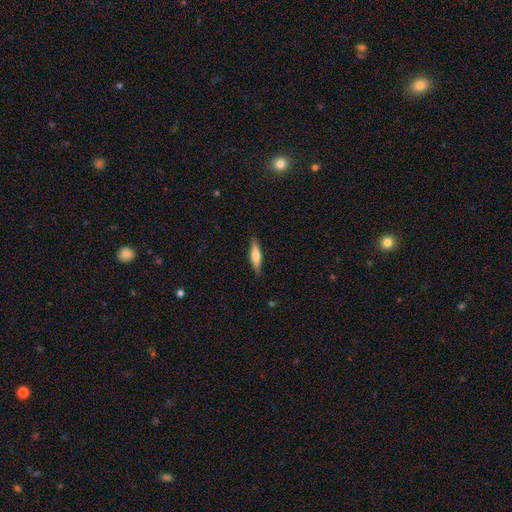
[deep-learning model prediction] A smooth galaxy with no disk features (59%) that is cigar-shaped (73%).

Vote fractions:
- Smooth or featured? smooth: 59% / featured or disk: 35% / star or artifact: 6%
- How rounded? cigar-shaped: 73% / in between: 25% / round: 2%
- Merging? none: 86% / minor disturbance: 10% / major disturbance: 2% / merger: 1%